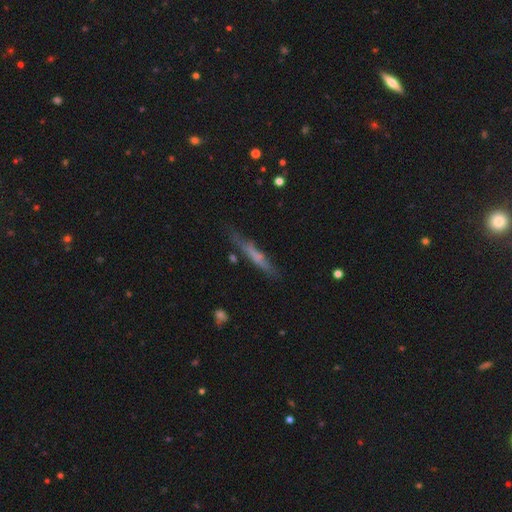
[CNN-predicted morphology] smooth-or-featured: smooth: 51% | featured or disk: 41% | star or artifact: 8%
  how-rounded: cigar-shaped: 93% | in between: 6% | round: 2%
  merging: none: 74% | minor disturbance: 18% | major disturbance: 5% | merger: 3%